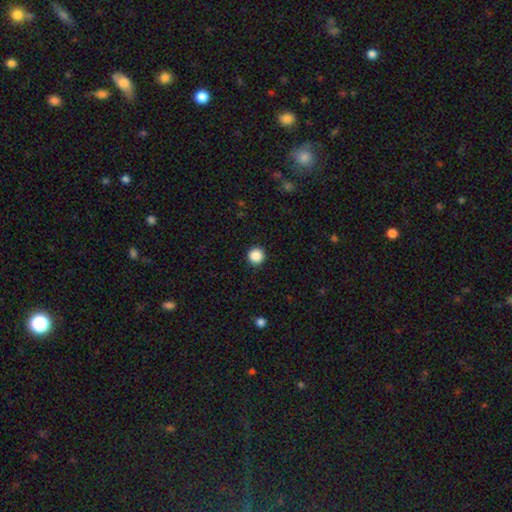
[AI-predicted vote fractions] Smooth or featured? Predicted: smooth (p=0.88). How rounded? Predicted: round (p=0.96). Merging? Predicted: none (p=0.93).